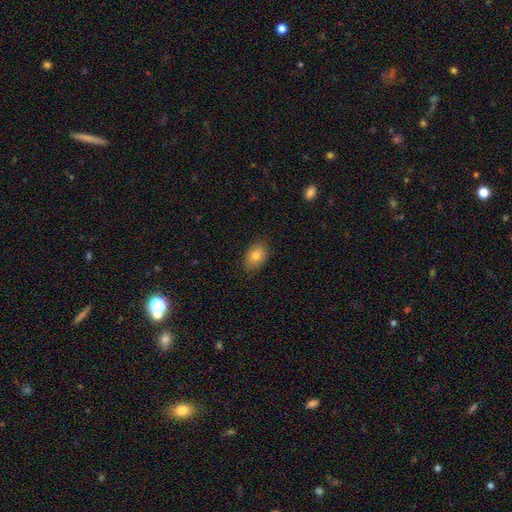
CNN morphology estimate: smooth 79%, featured or disk 12%, star or artifact 9%. Down the decision tree: how rounded — in between (77%); merging — none (84%).